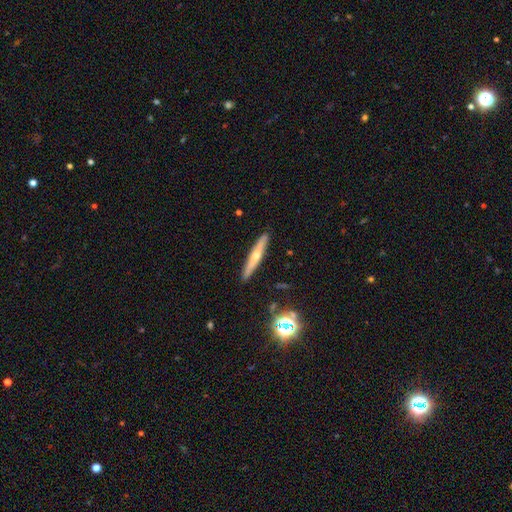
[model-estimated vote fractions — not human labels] Overall: featured or disk (54%; smooth 38%). Edge-on disk: yes (94%). Edge-on bulge: rounded (81%). Merging: none (90%).